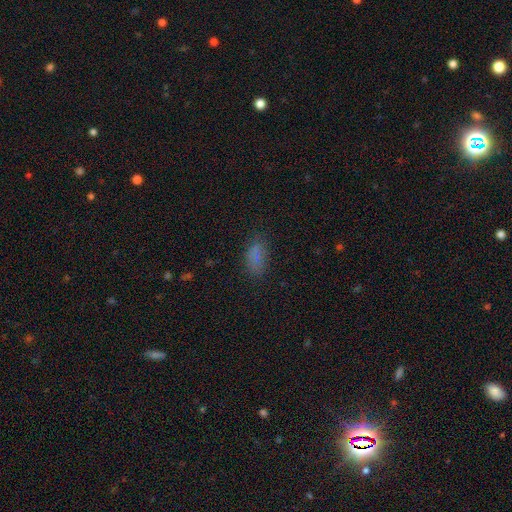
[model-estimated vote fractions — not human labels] Smooth or featured? Predicted: smooth (p=0.78). How rounded? Predicted: in between (p=0.88). Merging? Predicted: none (p=0.71).